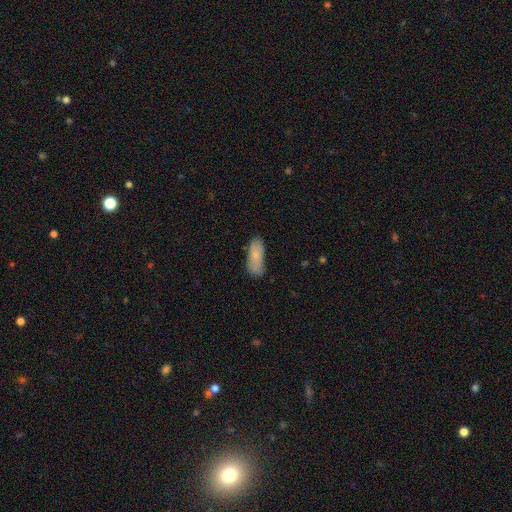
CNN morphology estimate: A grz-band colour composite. It shows a smooth galaxy with no disk features (80%) that is in between round and cigar-shaped (74%). Merging: none (68%).